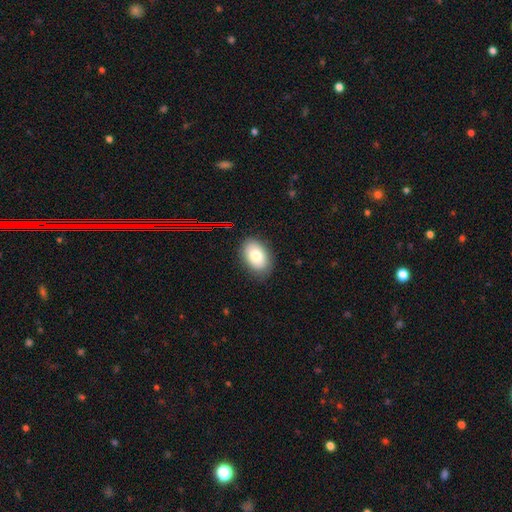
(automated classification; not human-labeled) smooth_or_featured: smooth (p=0.78) [alt: featured or disk p=0.13]
how_rounded: in between (p=0.88) [alt: round p=0.11]
merging: none (p=0.83) [alt: minor disturbance p=0.12]